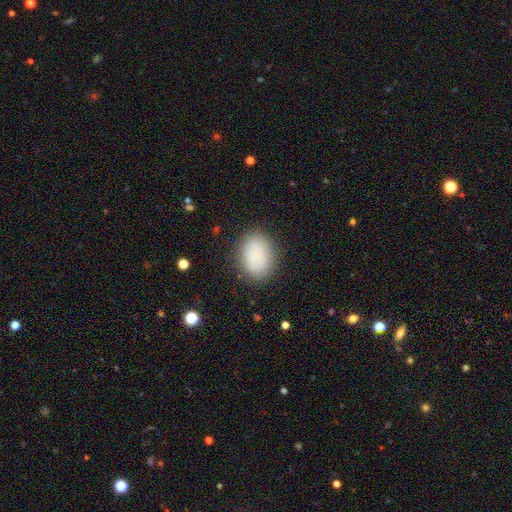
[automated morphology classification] This appears to be a smooth galaxy with no disk features (85%) that is in between round and cigar-shaped (67%). Merging: none (84%).